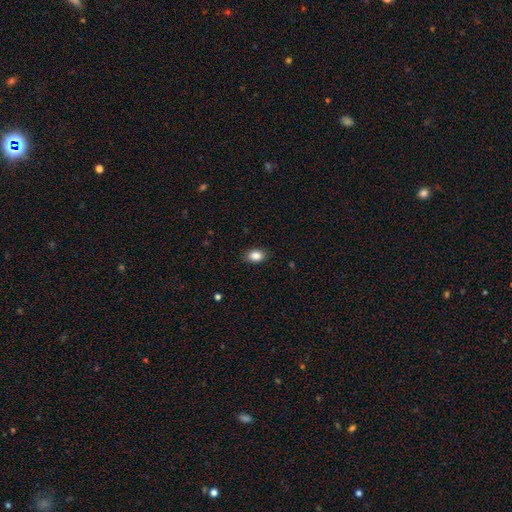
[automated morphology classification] This appears to be a smooth galaxy with no disk features (87%) that is in between round and cigar-shaped (81%). Merging: none (87%).